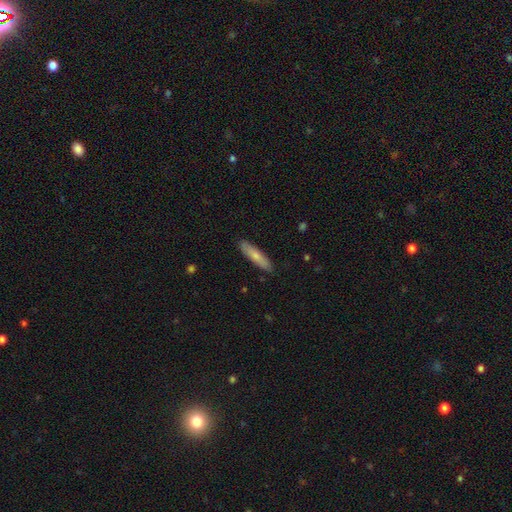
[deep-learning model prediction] The model was most divided on "smooth or featured": smooth: 72%, featured or disk: 23%, star or artifact: 5%. More confident: merging — none (89%); how rounded — cigar-shaped (79%).